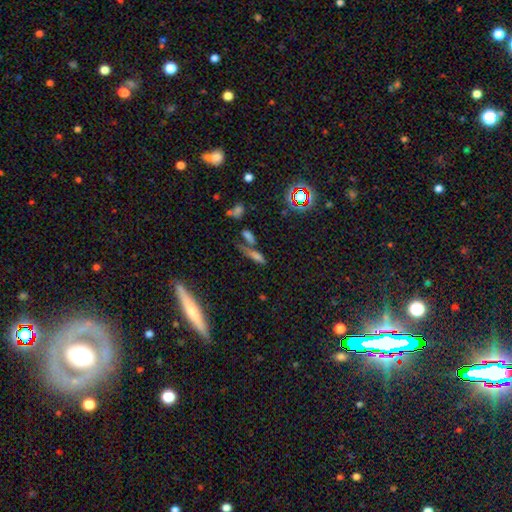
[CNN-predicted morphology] smooth-or-featured: smooth: 50% | featured or disk: 25% | star or artifact: 24%
  how-rounded: cigar-shaped: 57% | in between: 33% | round: 10%
  merging: none: 50% | merger: 26% | minor disturbance: 15% | major disturbance: 9%